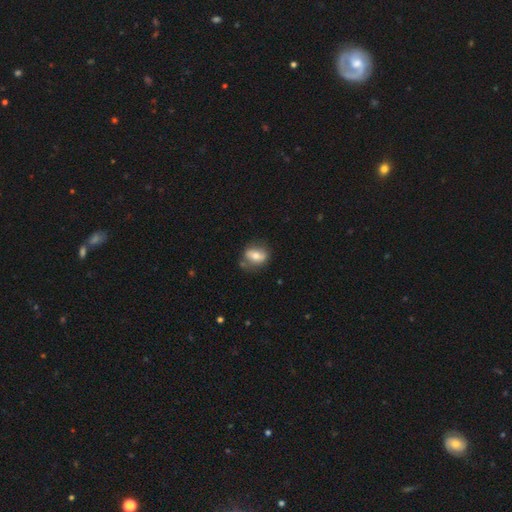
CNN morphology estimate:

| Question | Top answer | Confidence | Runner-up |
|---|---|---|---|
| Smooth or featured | smooth | 60% | featured or disk (32%) |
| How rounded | in between | 64% | round (33%) |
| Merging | none | 69% | minor disturbance (20%) |